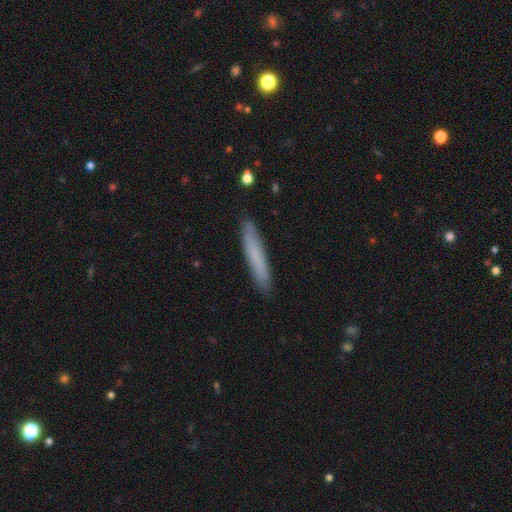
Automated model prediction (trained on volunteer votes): The model was most divided on "smooth or featured": smooth: 72%, featured or disk: 21%, star or artifact: 7%. More confident: how rounded — cigar-shaped (93%); merging — none (89%).